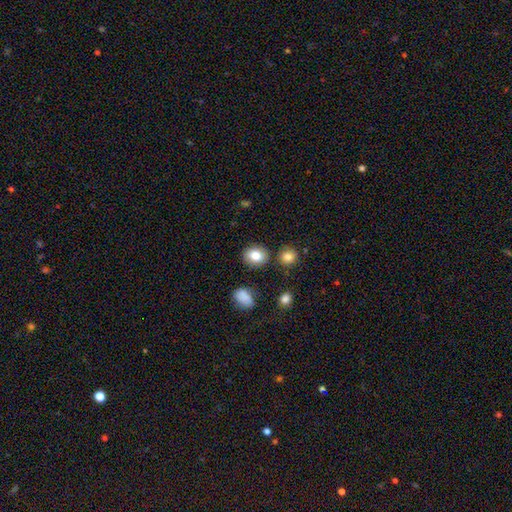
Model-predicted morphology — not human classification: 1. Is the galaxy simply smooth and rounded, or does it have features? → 81% smooth, 10% star or artifact, 9% featured or disk.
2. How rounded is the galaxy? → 64% round, 35% in between, 1% cigar-shaped.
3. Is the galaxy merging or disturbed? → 85% none, 9% minor disturbance, 4% merger, 2% major disturbance.